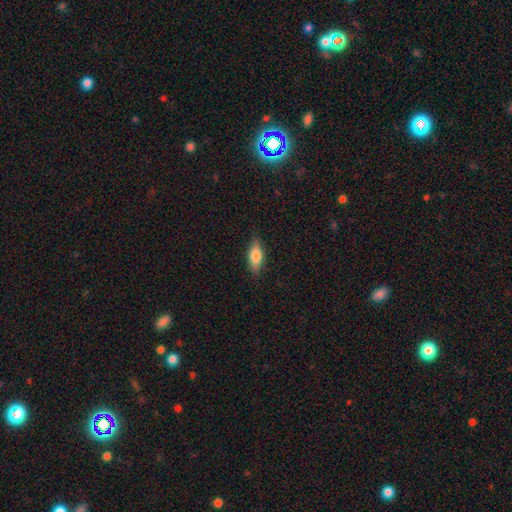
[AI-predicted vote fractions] Smooth or featured? smooth (71%)
How rounded? in between (70%)
Merging? none (84%)